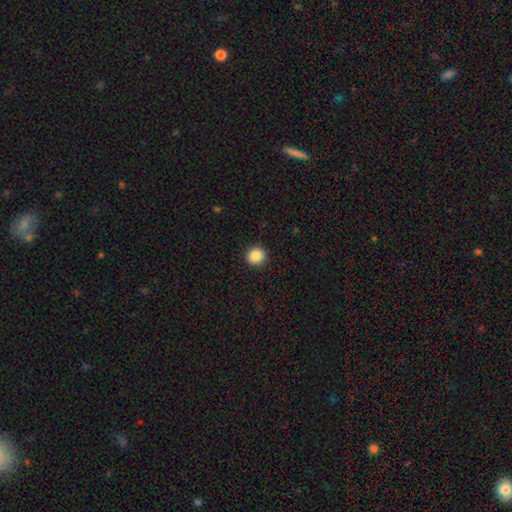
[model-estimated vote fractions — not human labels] This appears to be a smooth galaxy with no disk features (88%) that is round (94%). Merging: none (93%).